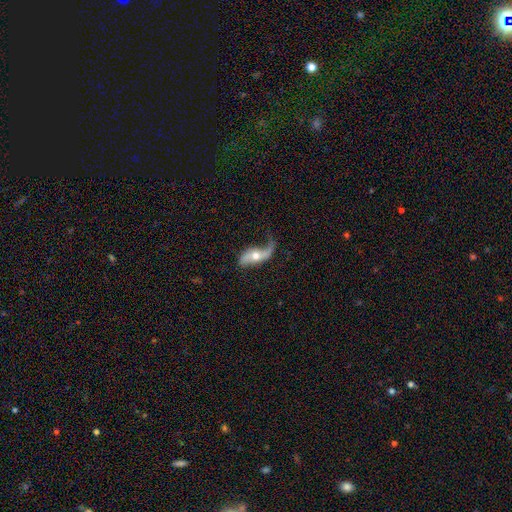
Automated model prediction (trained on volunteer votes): smooth_or_featured: featured or disk (p=0.75) [alt: smooth p=0.19]
disk_edge_on: no (p=0.87) [alt: yes p=0.13]
bar: no (p=0.58) [alt: weak p=0.25]
has_spiral_arms: yes (p=0.89) [alt: no p=0.11]
spiral_winding: loose (p=0.86) [alt: medium p=0.10]
spiral_arm_count: 2 (p=0.77) [alt: 1 p=0.18]
bulge_size: moderate (p=0.71) [alt: small p=0.22]
merging: none (p=0.49) [alt: minor disturbance p=0.28]